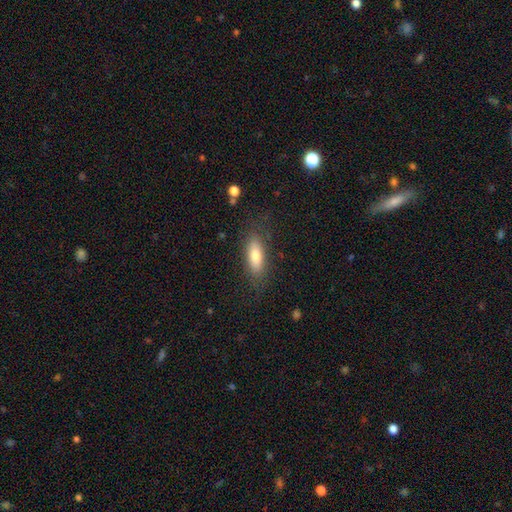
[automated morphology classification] Smooth or featured? smooth (73%)
How rounded? in between (67%)
Merging? none (79%)